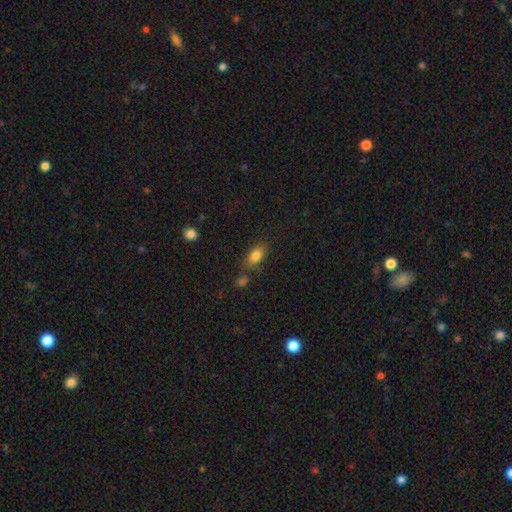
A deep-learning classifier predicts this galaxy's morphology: smooth-or-featured: smooth: 81% | star or artifact: 9% | featured or disk: 9%
  how-rounded: in between: 86% | round: 7% | cigar-shaped: 7%
  merging: none: 72% | minor disturbance: 14% | merger: 9% | major disturbance: 4%